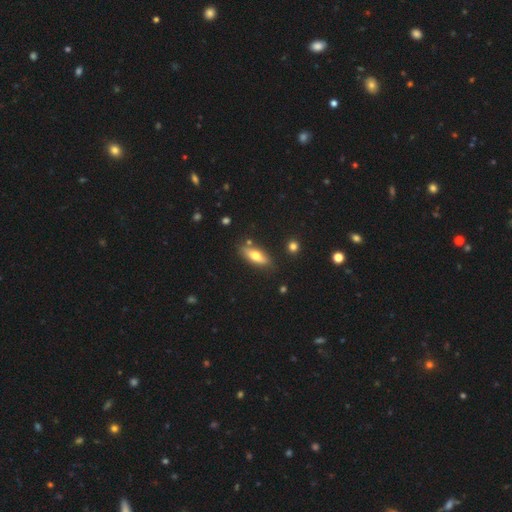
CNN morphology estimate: smooth 60%, featured or disk 33%, star or artifact 7%. Down the decision tree: how rounded — in between (60%); merging — none (82%).